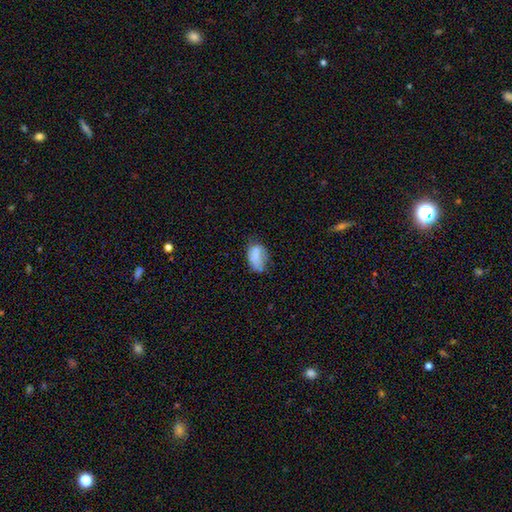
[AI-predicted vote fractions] Morphology: type=smooth (75%); roundness=in between (89%); merging=none (46%).